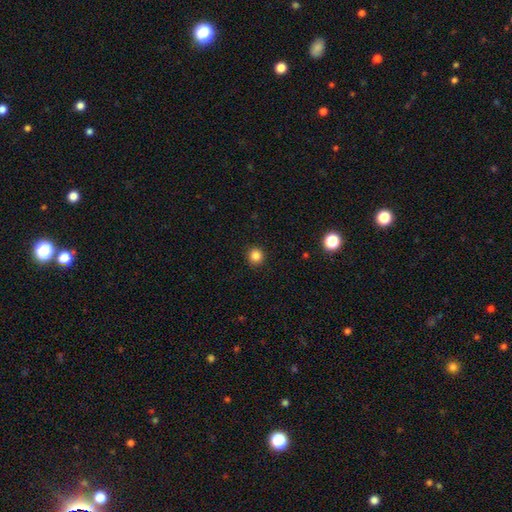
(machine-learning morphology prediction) Smooth or featured? Predicted: smooth (p=0.84). How rounded? Predicted: round (p=0.95). Merging? Predicted: none (p=0.92).